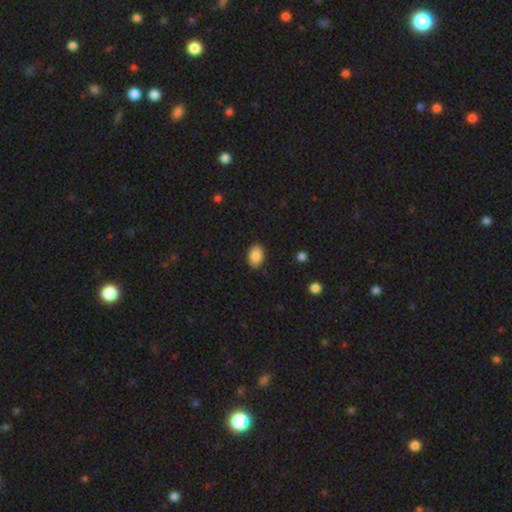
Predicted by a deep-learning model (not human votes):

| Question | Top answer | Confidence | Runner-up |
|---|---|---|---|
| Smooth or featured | smooth | 88% | star or artifact (7%) |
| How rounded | in between | 88% | round (11%) |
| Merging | none | 87% | minor disturbance (10%) |